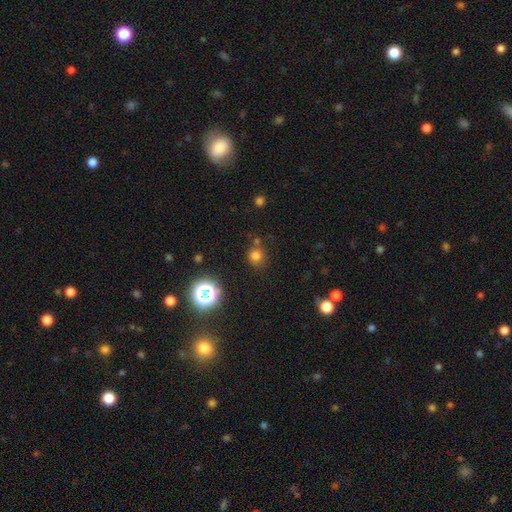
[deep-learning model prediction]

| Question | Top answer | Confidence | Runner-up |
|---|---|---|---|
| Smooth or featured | smooth | 72% | star or artifact (22%) |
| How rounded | round | 87% | in between (12%) |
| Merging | none | 74% | minor disturbance (11%) |